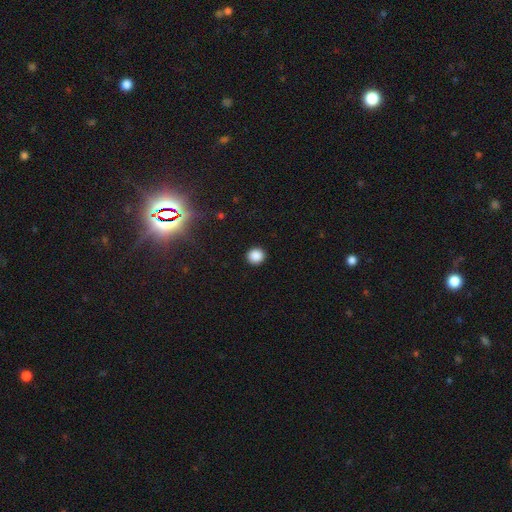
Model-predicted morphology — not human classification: The model was most divided on "smooth or featured": smooth: 87%, star or artifact: 10%, featured or disk: 3%. More confident: merging — none (93%); how rounded — round (91%).